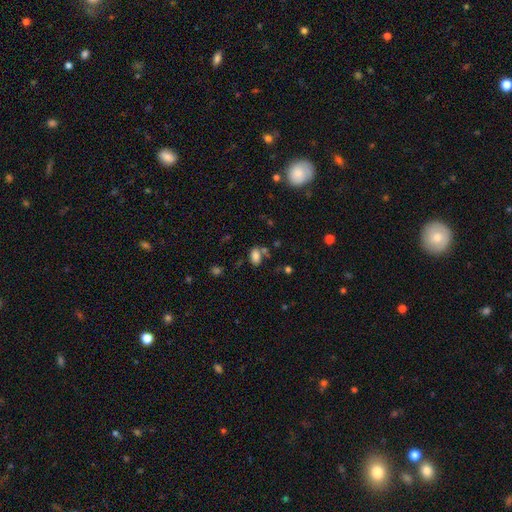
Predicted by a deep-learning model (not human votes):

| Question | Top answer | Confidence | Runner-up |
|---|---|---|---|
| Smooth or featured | smooth | 81% | star or artifact (12%) |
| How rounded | in between | 88% | round (10%) |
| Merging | none | 60% | merger (17%) |